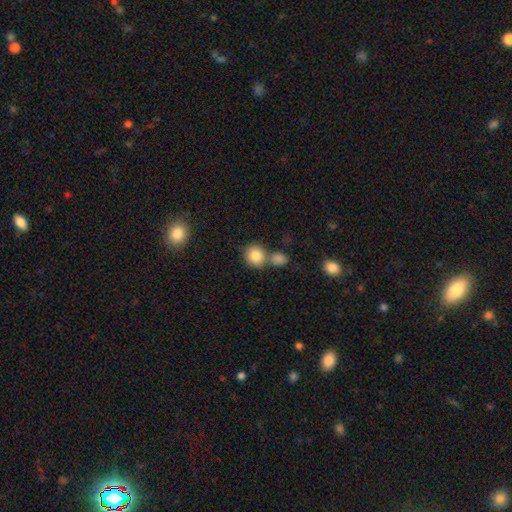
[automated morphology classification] Smooth or featured? smooth (84%)
How rounded? round (83%)
Merging? none (58%)